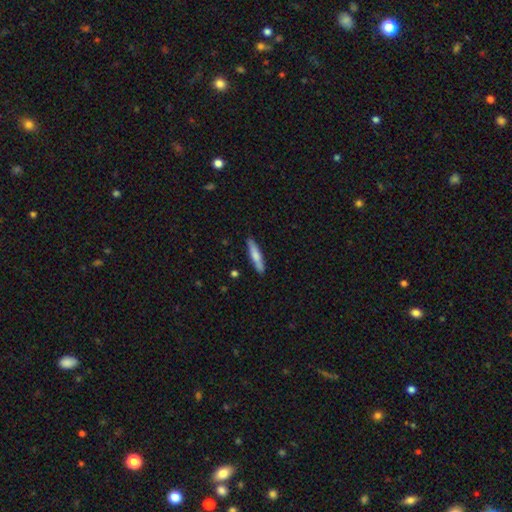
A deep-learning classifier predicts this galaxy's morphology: The model was most divided on "smooth or featured": smooth: 69%, featured or disk: 26%, star or artifact: 5%. More confident: merging — none (88%); how rounded — cigar-shaped (88%).